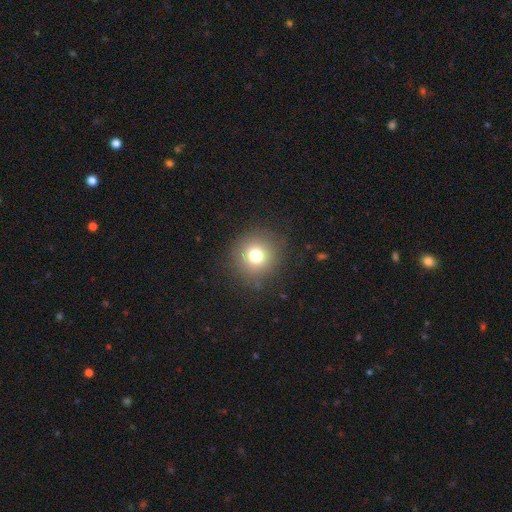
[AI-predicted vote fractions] This appears to be a smooth galaxy with no disk features (76%) that is round (93%). Merging: none (88%).